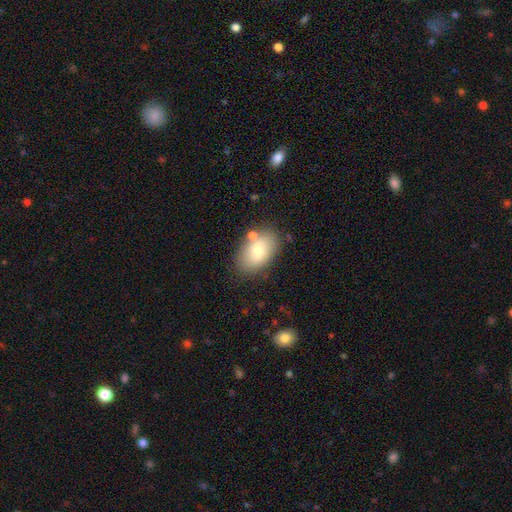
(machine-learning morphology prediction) Q: Smooth or featured?
A: smooth (72%); runner-up: featured or disk (19%)
Q: How rounded?
A: in between (88%); runner-up: round (10%)
Q: Merging?
A: none (75%); runner-up: minor disturbance (14%)